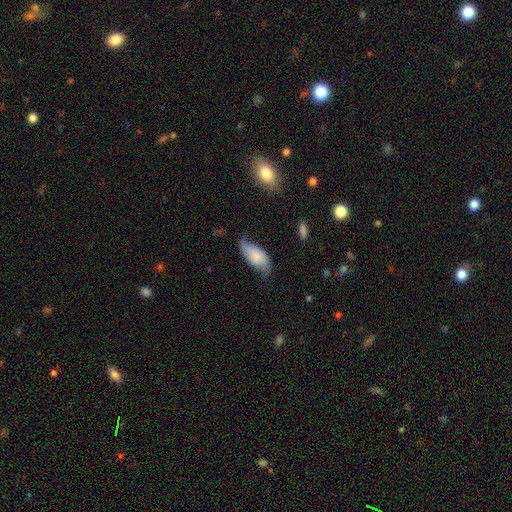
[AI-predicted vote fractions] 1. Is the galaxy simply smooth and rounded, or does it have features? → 47% smooth, 45% featured or disk, 7% star or artifact.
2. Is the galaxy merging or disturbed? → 54% none, 33% minor disturbance, 11% major disturbance, 2% merger.